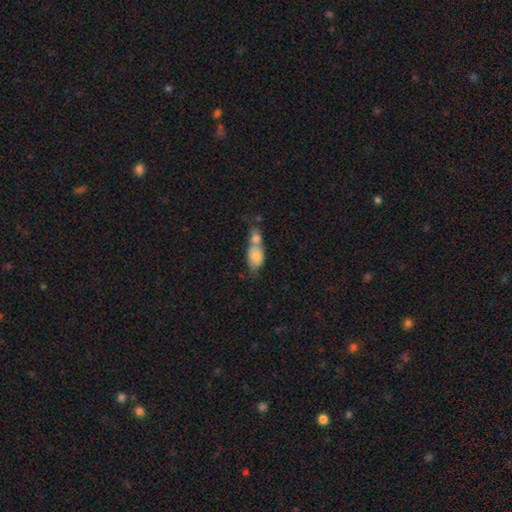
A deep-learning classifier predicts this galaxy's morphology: This appears to be a smooth galaxy with no disk features (73%) that is in between round and cigar-shaped (79%). Merging: merger (66%).